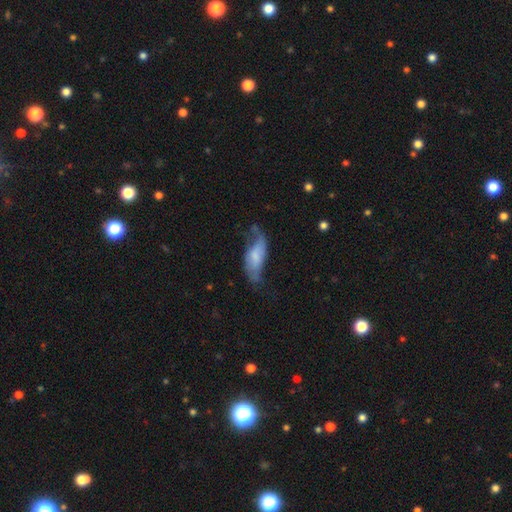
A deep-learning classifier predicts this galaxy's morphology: A featured or disk galaxy (48%).

Vote fractions:
- Smooth or featured? featured or disk: 48% / smooth: 45% / star or artifact: 7%
- Merging? none: 38% / minor disturbance: 32% / major disturbance: 26% / merger: 3%